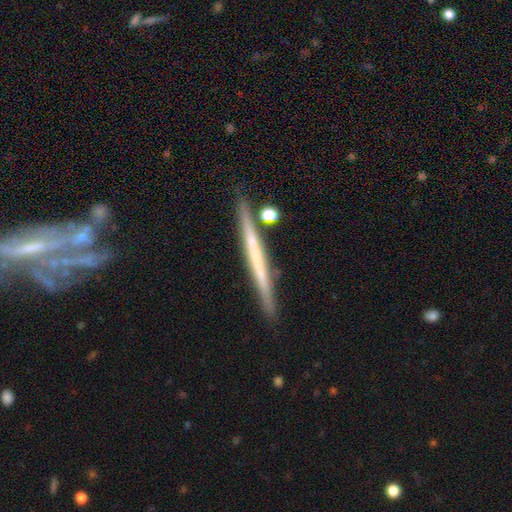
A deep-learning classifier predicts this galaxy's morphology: Smooth or featured?
  - featured or disk: 58% *
  - smooth: 36%
  - star or artifact: 6%
Edge-on disk?
  - yes: 96% *
  - no: 4%
Edge-on bulge?
  - none: 88% *
  - rounded: 8%
  - boxy: 4%
Merging?
  - none: 86% *
  - minor disturbance: 8%
  - merger: 4%
  - major disturbance: 2%